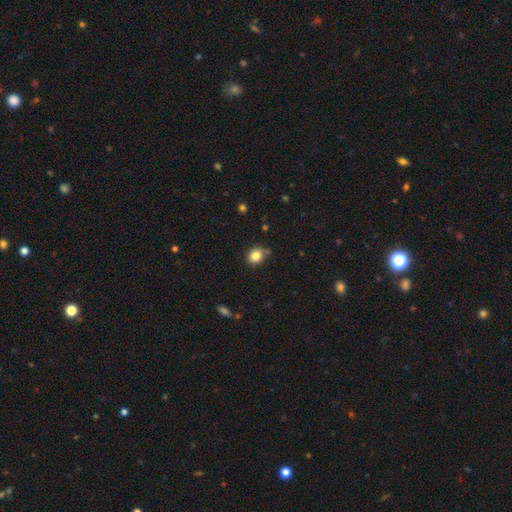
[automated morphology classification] A smooth galaxy with no disk features (84%) that is round (75%). Merging: none (74%).